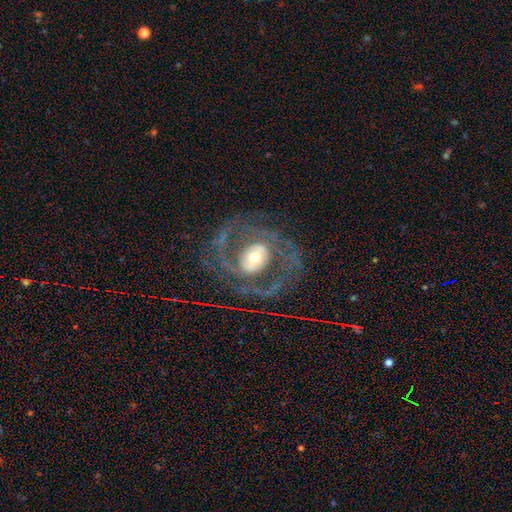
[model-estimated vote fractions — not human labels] Q: Smooth or featured?
A: featured or disk (84%); runner-up: smooth (9%)
Q: Edge-on disk?
A: no (97%); runner-up: yes (3%)
Q: Bar?
A: no (54%); runner-up: weak (28%)
Q: Spiral arms?
A: yes (85%); runner-up: no (15%)
Q: Spiral winding?
A: medium (45%); runner-up: tight (39%)
Q: Spiral arm count?
A: 2 (63%); runner-up: can't tell (14%)
Q: Bulge size?
A: moderate (56%); runner-up: small (25%)
Q: Merging?
A: none (70%); runner-up: major disturbance (16%)